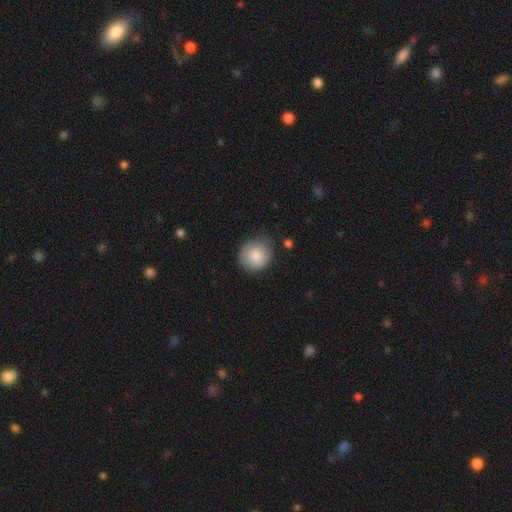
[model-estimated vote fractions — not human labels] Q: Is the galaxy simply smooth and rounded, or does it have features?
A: smooth — 85%.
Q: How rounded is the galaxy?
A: round — 86%.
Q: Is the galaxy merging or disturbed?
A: none — 79%.